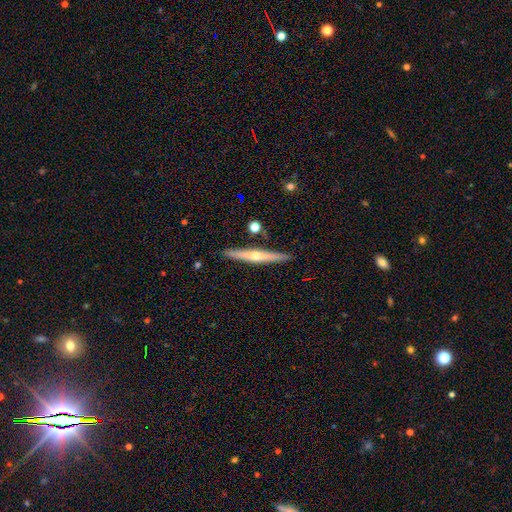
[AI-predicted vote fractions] Morphology: type=featured or disk (63%); edge-on=yes (97%); edge-on bulge=rounded (78%); merging=none (90%).